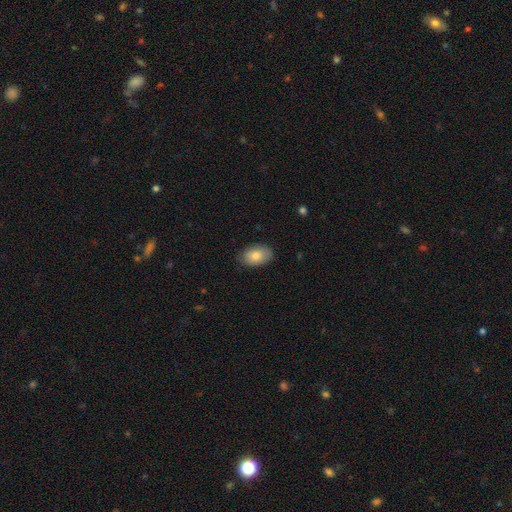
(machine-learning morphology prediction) A smooth galaxy with no disk features (83%) that is in between round and cigar-shaped (89%).

Vote fractions:
- Smooth or featured? smooth: 83% / featured or disk: 11% / star or artifact: 6%
- How rounded? in between: 89% / round: 9% / cigar-shaped: 1%
- Merging? none: 82% / minor disturbance: 15% / major disturbance: 3% / merger: 1%